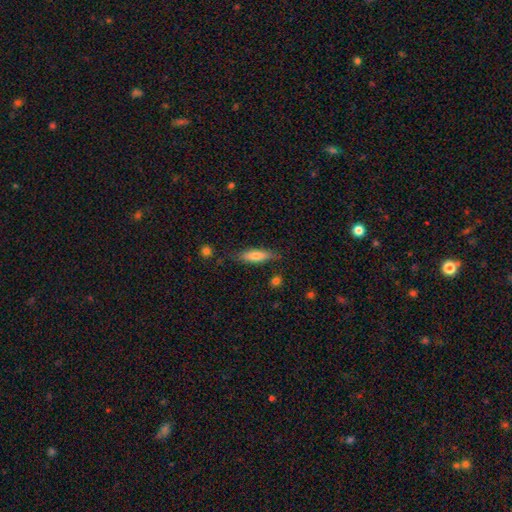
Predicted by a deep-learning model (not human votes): Q: Smooth or featured?
A: smooth (71%); runner-up: featured or disk (22%)
Q: How rounded?
A: cigar-shaped (58%); runner-up: in between (40%)
Q: Merging?
A: none (77%); runner-up: minor disturbance (17%)